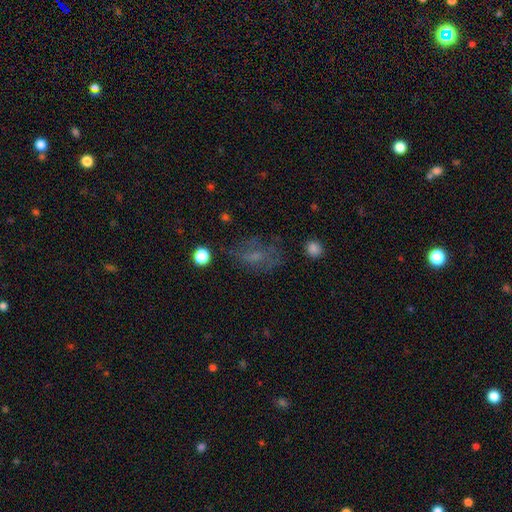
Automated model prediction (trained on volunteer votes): Smooth or featured? smooth (44%)
Merging? none (55%)